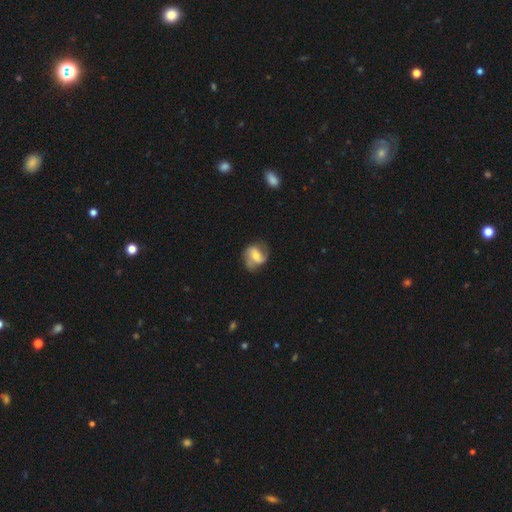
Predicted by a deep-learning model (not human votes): Smooth or featured? Predicted: featured or disk (p=0.68). Edge-on disk? Predicted: no (p=0.97). Bar? Predicted: weak (p=0.43). Spiral arms? Predicted: yes (p=0.90). Spiral winding? Predicted: medium (p=0.44). Spiral arm count? Predicted: 2 (p=0.78). Bulge size? Predicted: moderate (p=0.53). Merging? Predicted: none (p=0.67).